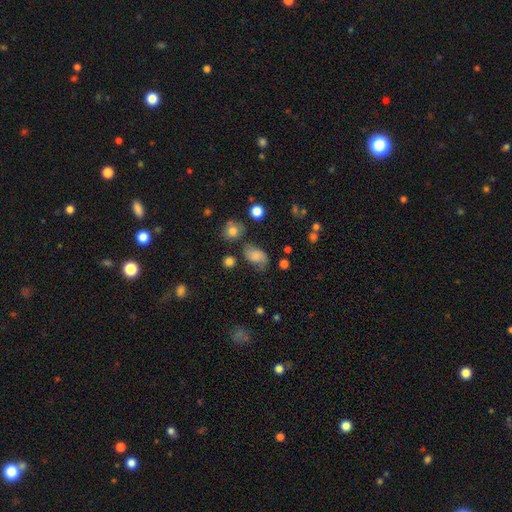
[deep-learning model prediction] Q: Smooth or featured?
A: smooth (62%); runner-up: featured or disk (25%)
Q: How rounded?
A: in between (80%); runner-up: round (18%)
Q: Merging?
A: none (51%); runner-up: minor disturbance (30%)